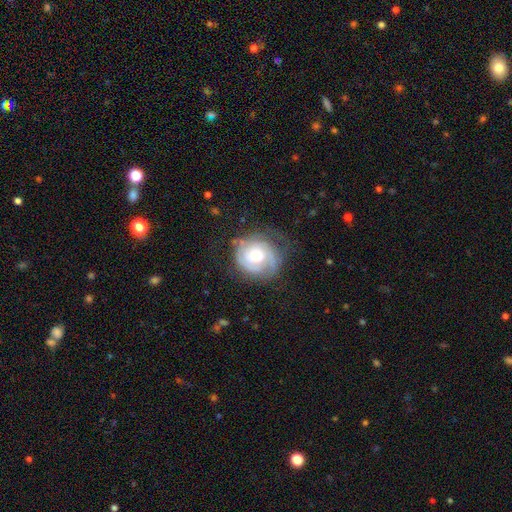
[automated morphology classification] Smooth or featured? Predicted: featured or disk (p=0.75). Edge-on disk? Predicted: no (p=0.98). Bar? Predicted: no (p=0.76). Spiral arms? Predicted: yes (p=0.90). Spiral winding? Predicted: tight (p=0.66). Spiral arm count? Predicted: 2 (p=0.35). Bulge size? Predicted: moderate (p=0.63). Merging? Predicted: none (p=0.60).